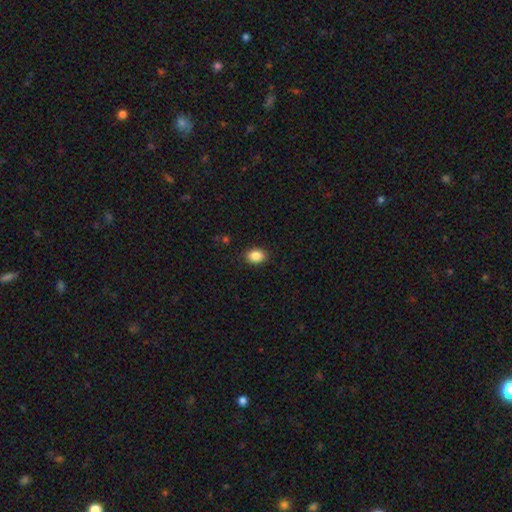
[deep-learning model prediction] Q: Smooth or featured?
A: smooth (87%); runner-up: star or artifact (8%)
Q: How rounded?
A: in between (73%); runner-up: round (26%)
Q: Merging?
A: none (88%); runner-up: minor disturbance (8%)